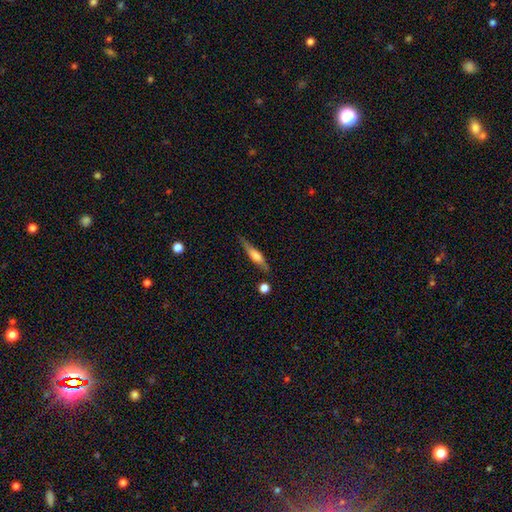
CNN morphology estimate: Smooth or featured? Predicted: featured or disk (p=0.47). Merging? Predicted: none (p=0.76).